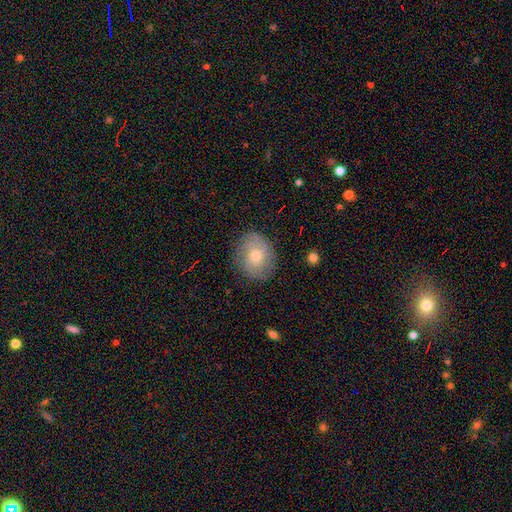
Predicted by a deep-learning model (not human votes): This is possibly a smooth galaxy (47%). Merging: clearly none (81%).